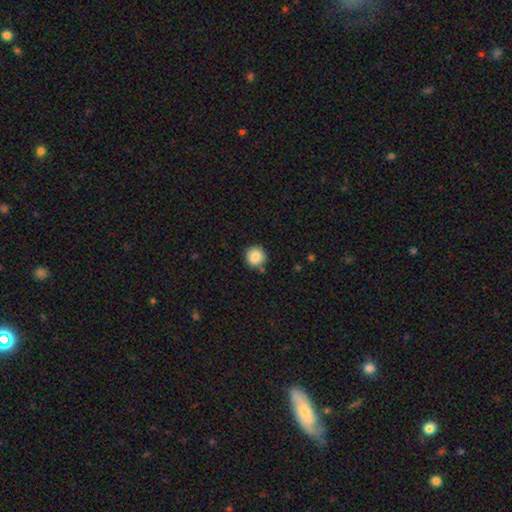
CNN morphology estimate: Q: Smooth or featured?
A: smooth (87%); runner-up: star or artifact (9%)
Q: How rounded?
A: round (94%); runner-up: in between (5%)
Q: Merging?
A: none (85%); runner-up: minor disturbance (9%)